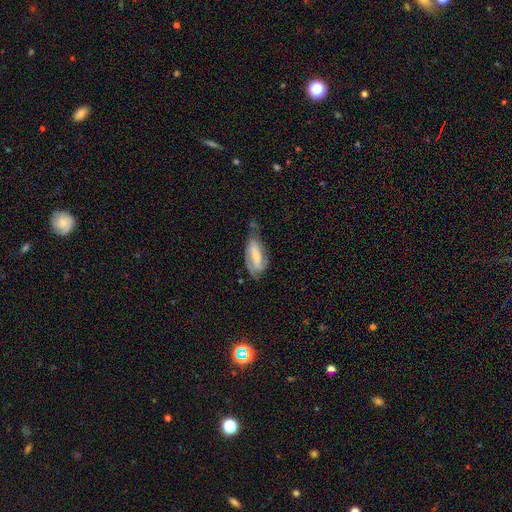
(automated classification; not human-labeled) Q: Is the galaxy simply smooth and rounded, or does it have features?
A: featured or disk — 60%.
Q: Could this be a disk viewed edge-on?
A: no — 90%.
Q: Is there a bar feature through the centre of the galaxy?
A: weak — 37%.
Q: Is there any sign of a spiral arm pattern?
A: yes — 83%.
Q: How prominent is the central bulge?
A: small — 48%.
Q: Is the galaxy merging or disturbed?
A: none — 44%.